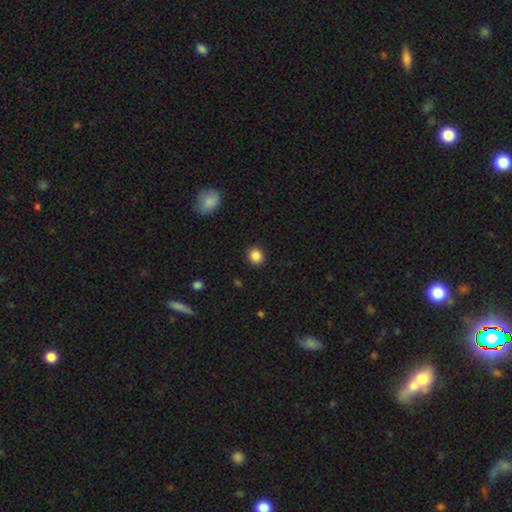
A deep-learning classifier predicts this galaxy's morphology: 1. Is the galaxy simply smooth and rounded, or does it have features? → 87% smooth, 10% star or artifact, 3% featured or disk.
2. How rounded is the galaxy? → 85% round, 14% in between, 1% cigar-shaped.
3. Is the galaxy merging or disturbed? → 90% none, 6% minor disturbance, 2% major disturbance, 1% merger.